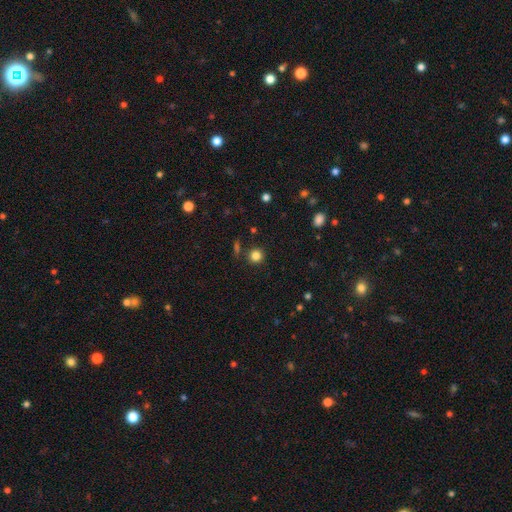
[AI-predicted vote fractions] smooth 83%, star or artifact 13%, featured or disk 5%. Down the decision tree: how rounded — round (92%); merging — none (86%).